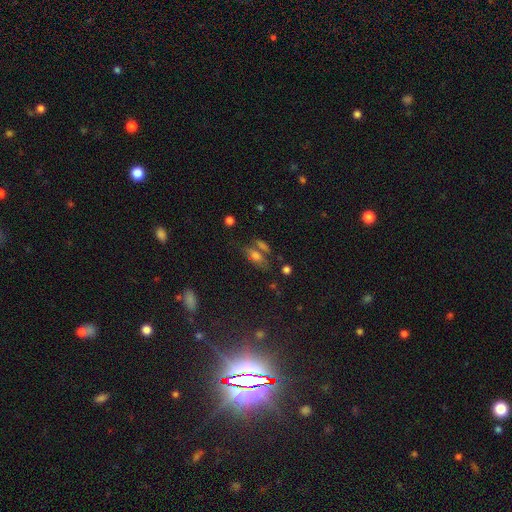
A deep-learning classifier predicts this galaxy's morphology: Smooth or featured?
  - smooth: 64% *
  - featured or disk: 21%
  - star or artifact: 14%
How rounded?
  - in between: 70% *
  - cigar-shaped: 23%
  - round: 7%
Merging?
  - none: 54% *
  - merger: 22%
  - minor disturbance: 16%
  - major disturbance: 8%